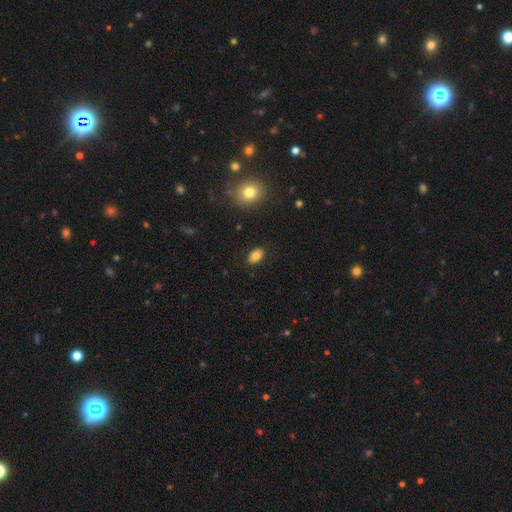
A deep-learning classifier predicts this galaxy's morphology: smooth-or-featured: smooth: 82% | featured or disk: 9% | star or artifact: 9%
  how-rounded: in between: 87% | round: 12% | cigar-shaped: 2%
  merging: none: 87% | minor disturbance: 10% | major disturbance: 2% | merger: 1%